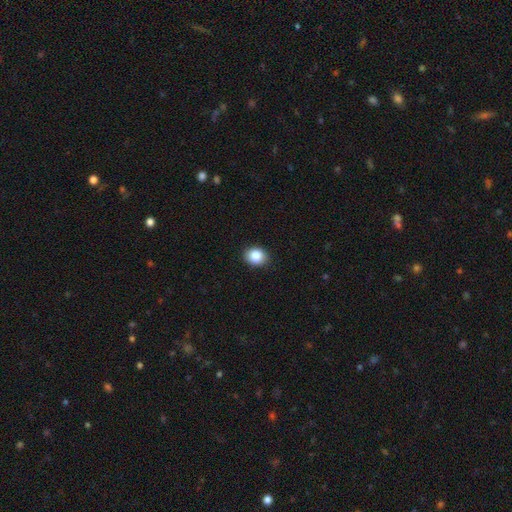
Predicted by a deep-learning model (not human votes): Morphology: type=smooth (85%); roundness=round (56%); merging=none (89%).